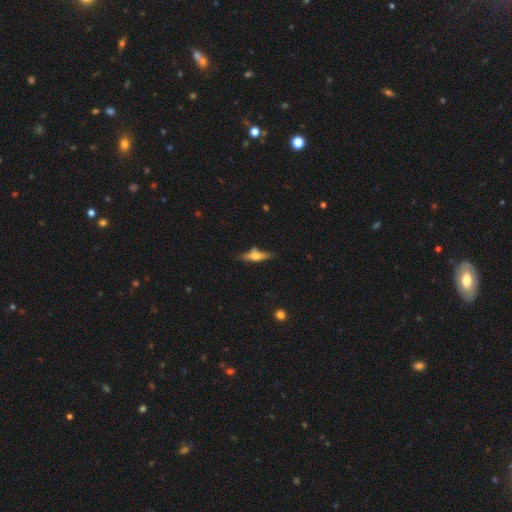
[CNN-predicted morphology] Overall: featured or disk (53%; smooth 39%). Edge-on disk: yes (89%). Merging: none (65%).